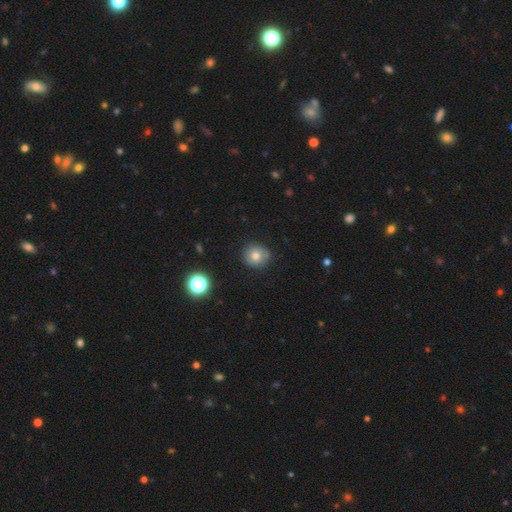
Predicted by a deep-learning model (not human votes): A smooth galaxy with no disk features (74%) that is round (89%).

Vote fractions:
- Smooth or featured? smooth: 74% / featured or disk: 13% / star or artifact: 12%
- How rounded? round: 89% / in between: 10% / cigar-shaped: 1%
- Merging? none: 82% / minor disturbance: 14% / major disturbance: 3% / merger: 2%